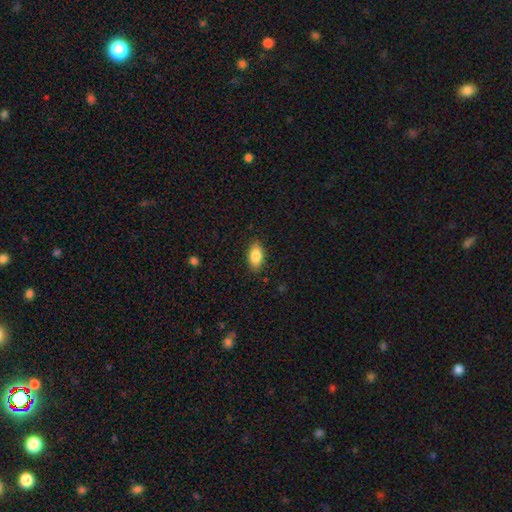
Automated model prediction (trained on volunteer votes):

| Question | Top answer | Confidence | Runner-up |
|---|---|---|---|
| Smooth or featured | smooth | 85% | featured or disk (8%) |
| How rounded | in between | 91% | round (5%) |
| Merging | none | 87% | minor disturbance (10%) |